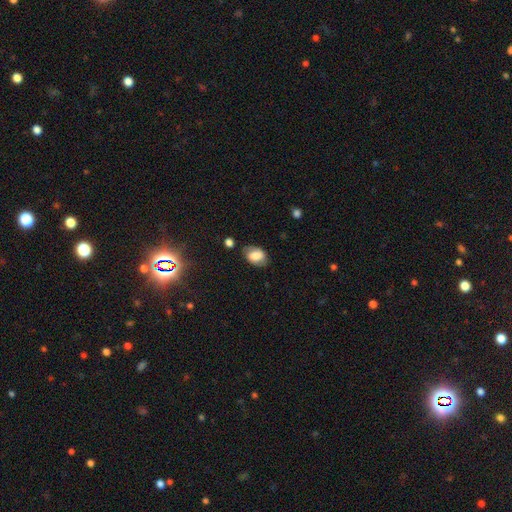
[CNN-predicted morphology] Q: Smooth or featured?
A: smooth (69%); runner-up: featured or disk (22%)
Q: How rounded?
A: in between (84%); runner-up: round (15%)
Q: Merging?
A: none (73%); runner-up: minor disturbance (20%)